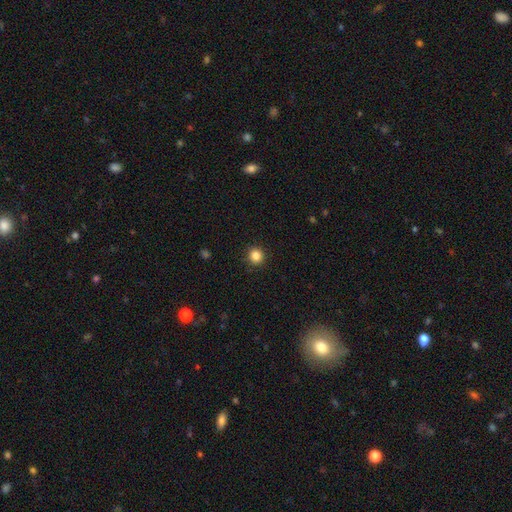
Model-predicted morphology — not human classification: This appears to be a smooth galaxy with no disk features (85%) that is round (92%). Merging: none (91%).